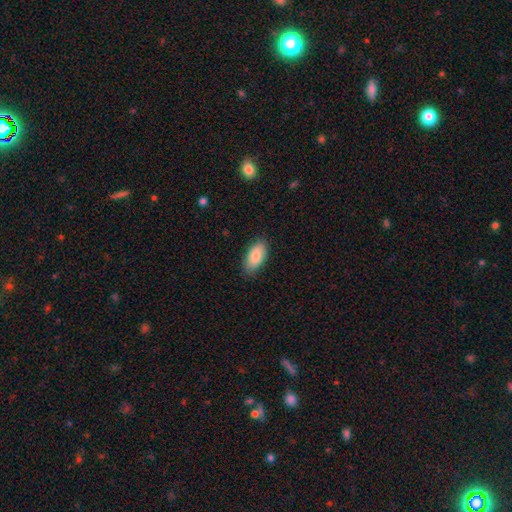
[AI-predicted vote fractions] Smooth or featured? smooth (86%)
How rounded? in between (90%)
Merging? none (84%)